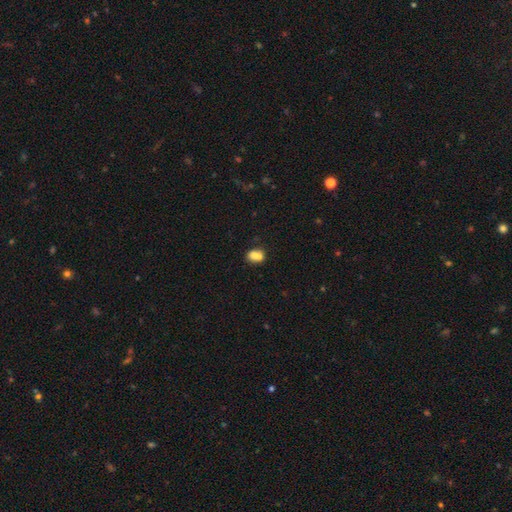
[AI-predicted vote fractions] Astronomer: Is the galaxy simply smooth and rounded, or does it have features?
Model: smooth — 73%.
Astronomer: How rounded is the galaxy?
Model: in between — 56% (runner-up: round, 43%).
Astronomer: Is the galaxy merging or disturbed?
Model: merger — 56%.